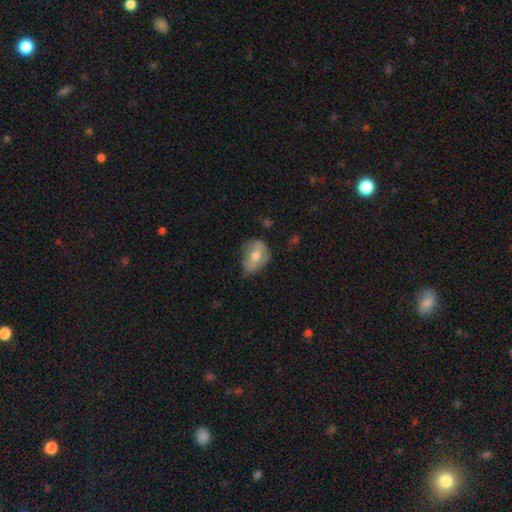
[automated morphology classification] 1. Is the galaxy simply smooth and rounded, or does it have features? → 57% smooth, 35% featured or disk, 8% star or artifact.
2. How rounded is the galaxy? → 64% in between, 34% round, 1% cigar-shaped.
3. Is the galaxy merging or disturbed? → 44% none, 38% minor disturbance, 16% major disturbance, 2% merger.